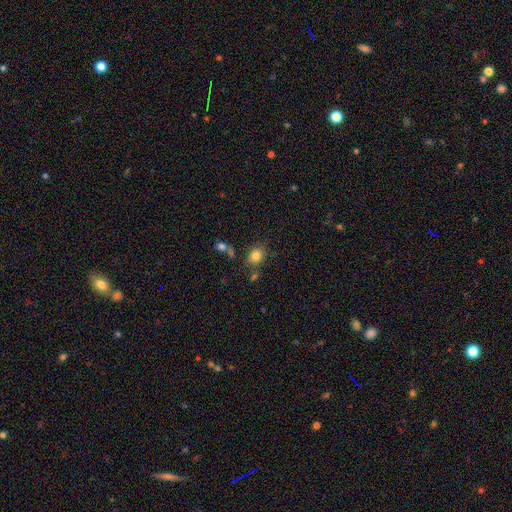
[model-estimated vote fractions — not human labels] Morphology: type=smooth (81%); roundness=in between (50%); merging=none (75%).